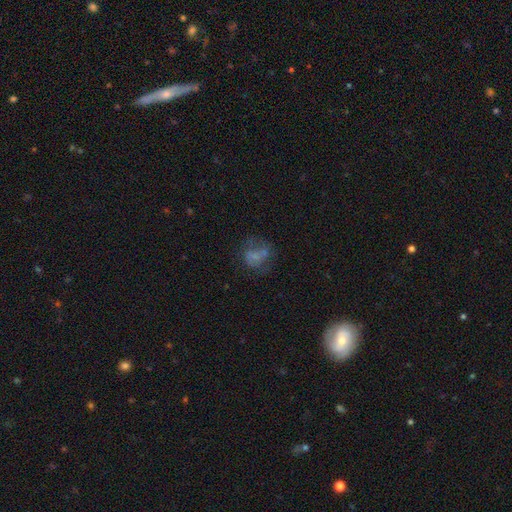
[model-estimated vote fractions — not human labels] A smooth galaxy with no disk features (49%).

Vote fractions:
- Smooth or featured? smooth: 49% / featured or disk: 35% / star or artifact: 16%
- Merging? none: 42% / major disturbance: 25% / minor disturbance: 21% / merger: 13%